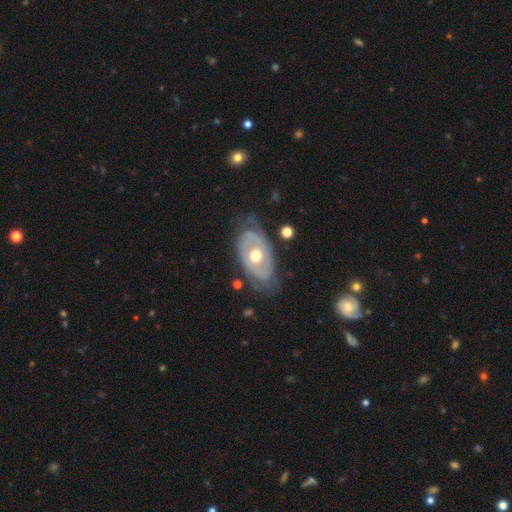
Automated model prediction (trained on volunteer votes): smooth-or-featured: featured or disk: 77% | smooth: 18% | star or artifact: 5%
  disk-edge-on: no: 93% | yes: 7%
    bar: no: 80% | weak: 15% | strong: 5%
    has-spiral-arms: yes: 63% | no: 37%
    bulge-size: moderate: 78% | large: 10% | small: 9% | dominant: 1% | none: 1%
  merging: none: 72% | minor disturbance: 19% | major disturbance: 6% | merger: 2%